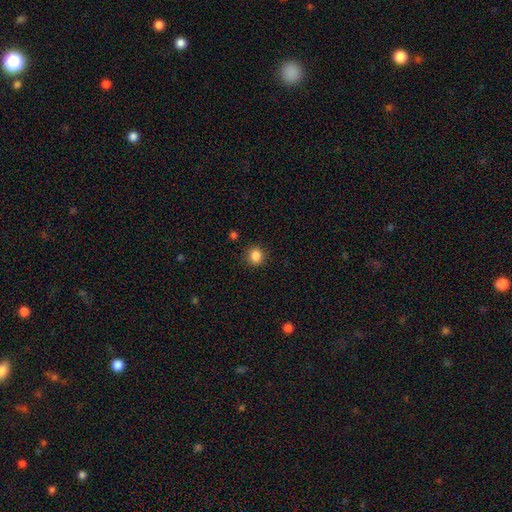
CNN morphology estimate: Smooth or featured? smooth (86%)
How rounded? round (89%)
Merging? none (90%)